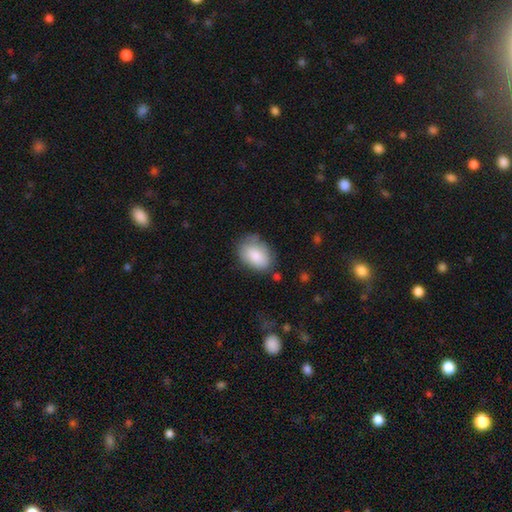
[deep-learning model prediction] This is clearly a smooth galaxy (84%). How rounded: clearly in between (86%). Merging: likely none (65%).